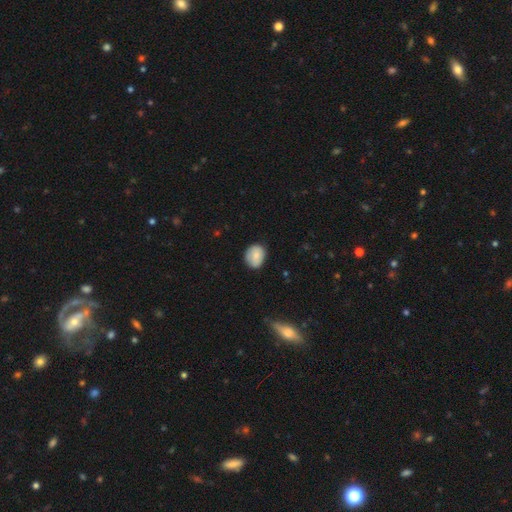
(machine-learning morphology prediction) smooth-or-featured: smooth: 78% | featured or disk: 15% | star or artifact: 7%
  how-rounded: round: 52% | in between: 47% | cigar-shaped: 1%
  merging: none: 74% | minor disturbance: 21% | major disturbance: 4% | merger: 1%